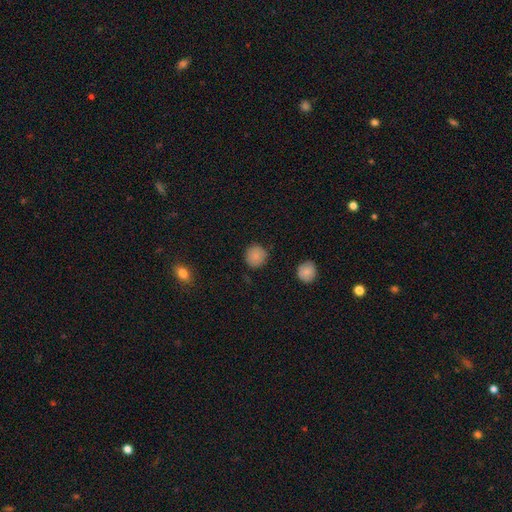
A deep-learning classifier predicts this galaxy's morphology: This appears to be a smooth galaxy with no disk features (86%) that is round (92%). Merging: none (86%).